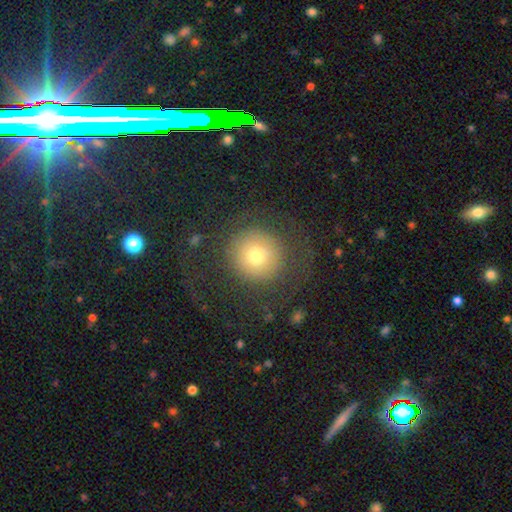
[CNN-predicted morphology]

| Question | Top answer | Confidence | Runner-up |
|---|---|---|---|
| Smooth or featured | smooth | 65% | featured or disk (22%) |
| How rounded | round | 93% | in between (6%) |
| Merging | none | 74% | major disturbance (15%) |